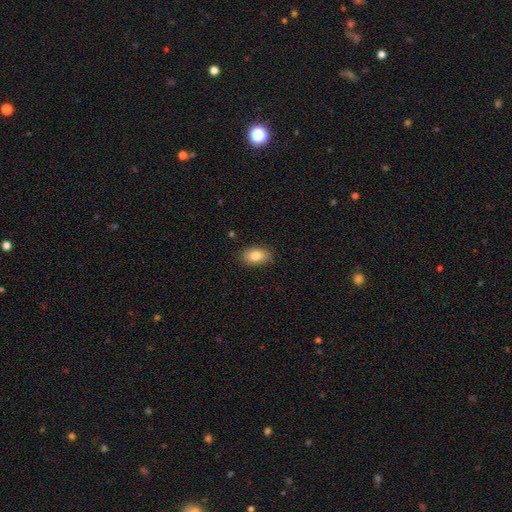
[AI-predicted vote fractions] This appears to be a smooth galaxy with no disk features (82%) that is in between round and cigar-shaped (89%). Merging: none (85%).